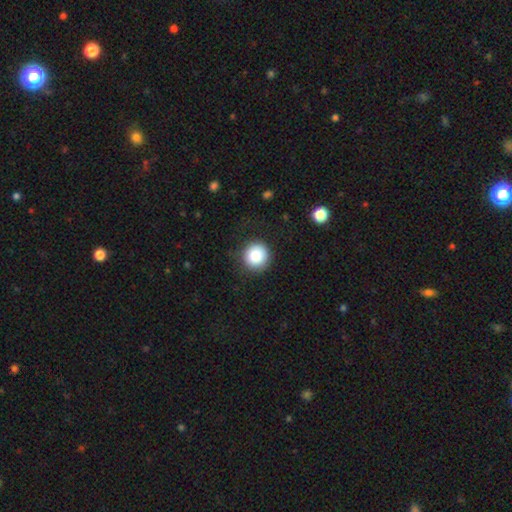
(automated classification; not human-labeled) This is clearly a smooth galaxy (84%). How rounded: clearly round (94%). Merging: clearly none (87%).